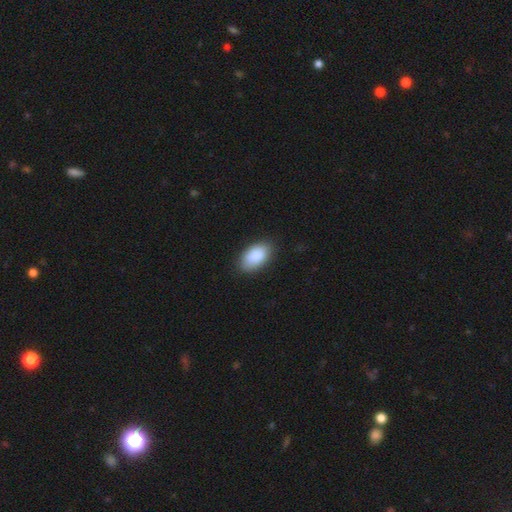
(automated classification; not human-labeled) Q: Smooth or featured?
A: smooth (90%); runner-up: star or artifact (6%)
Q: How rounded?
A: in between (94%); runner-up: round (5%)
Q: Merging?
A: none (83%); runner-up: minor disturbance (13%)